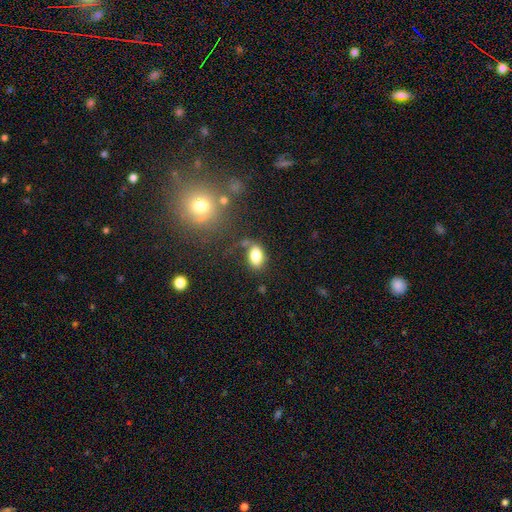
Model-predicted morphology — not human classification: This is clearly a smooth galaxy (81%). How rounded: clearly in between (88%). Merging: likely none (63%).